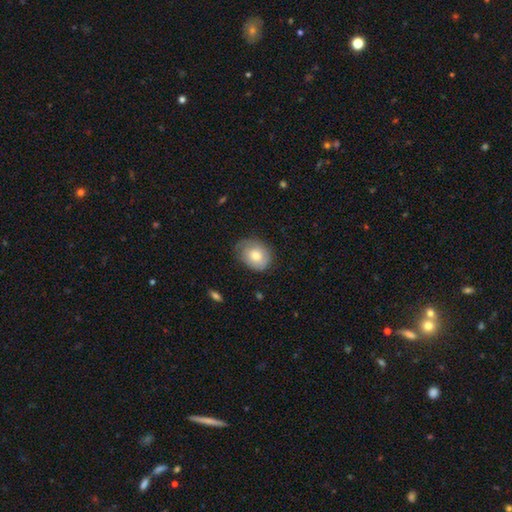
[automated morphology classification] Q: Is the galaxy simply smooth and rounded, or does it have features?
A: smooth — 66%.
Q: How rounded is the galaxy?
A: in between — 52%.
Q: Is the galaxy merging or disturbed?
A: none — 64%.